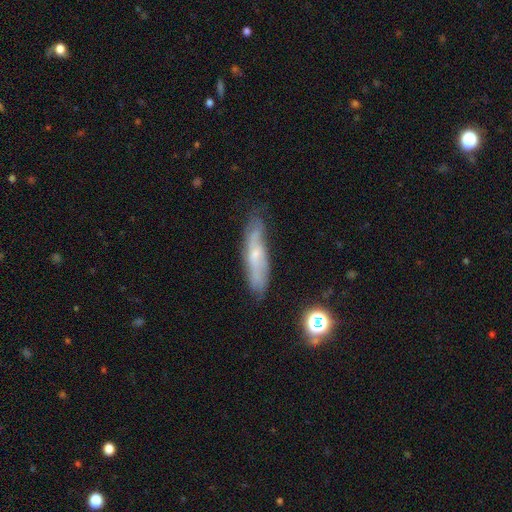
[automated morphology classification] Smooth or featured? featured or disk (54%)
Edge-on disk? yes (51%)
Merging? none (70%)